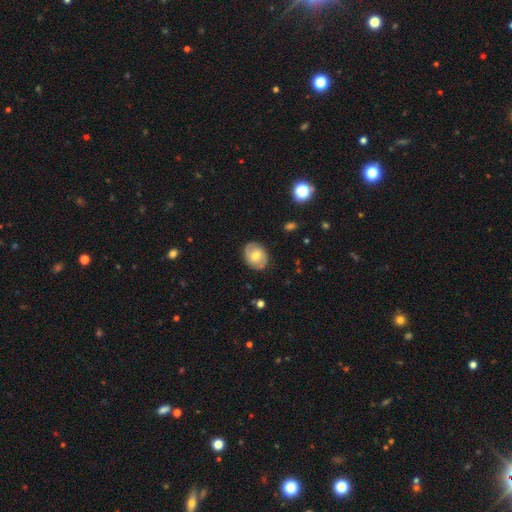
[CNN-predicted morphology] Smooth or featured: featured or disk — 52% (smooth — 41%)
Edge-on disk: no — 96% (yes — 4%)
Merging: none — 82% (minor disturbance — 13%)